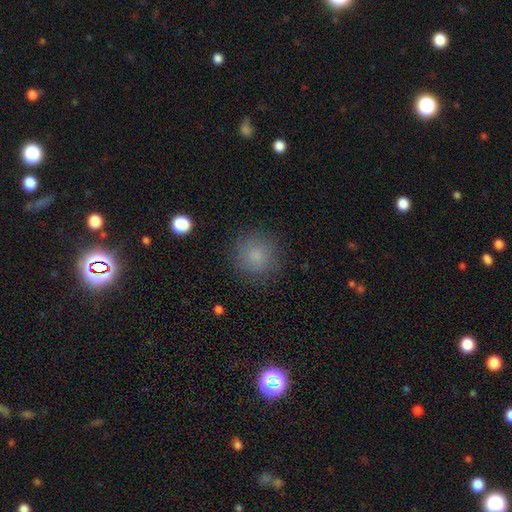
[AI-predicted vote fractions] Smooth or featured? Predicted: smooth (p=0.82). How rounded? Predicted: round (p=0.93). Merging? Predicted: none (p=0.85).